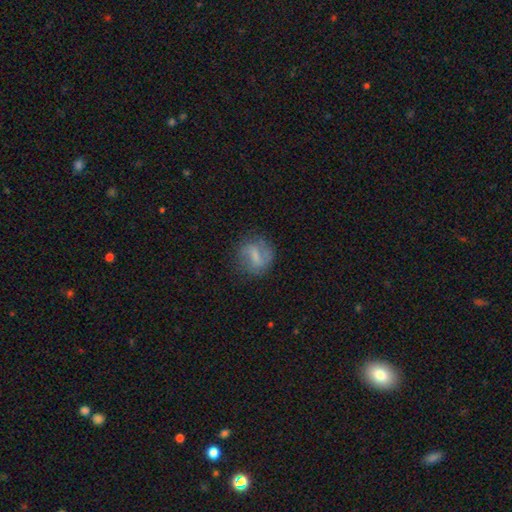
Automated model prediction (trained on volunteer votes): Smooth or featured? Predicted: smooth (p=0.47). Merging? Predicted: none (p=0.69).